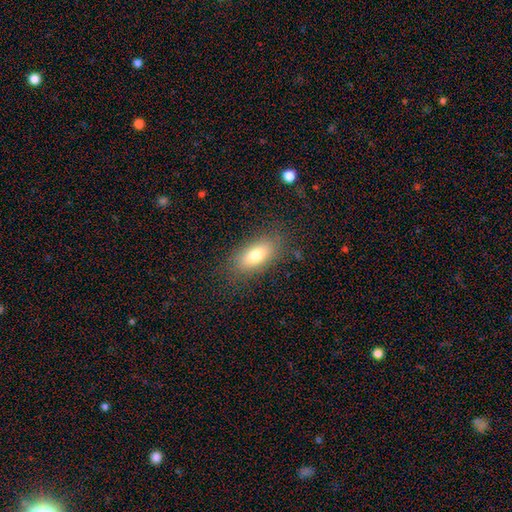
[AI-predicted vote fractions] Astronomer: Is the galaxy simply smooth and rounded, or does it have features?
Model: smooth — 75%.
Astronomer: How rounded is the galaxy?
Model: in between — 85%.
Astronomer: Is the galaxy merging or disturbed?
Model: none — 81%.